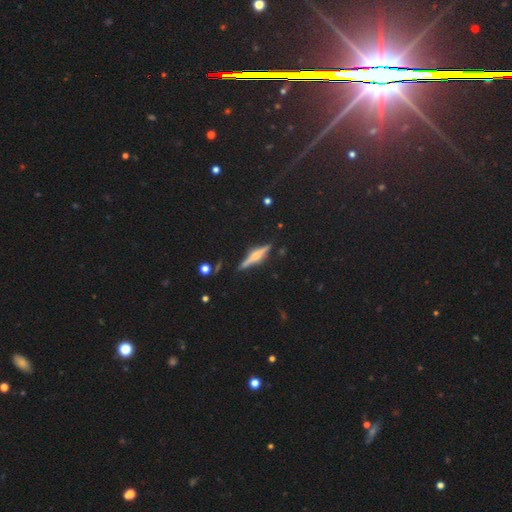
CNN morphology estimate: type=featured or disk (73%); edge-on=yes (97%); edge-on bulge=rounded (80%); merging=none (86%).